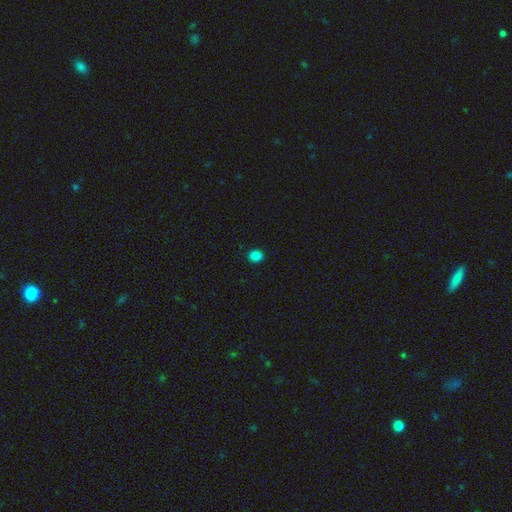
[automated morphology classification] smooth-or-featured: smooth: 85% | star or artifact: 12% | featured or disk: 3%
  how-rounded: round: 73% | in between: 26% | cigar-shaped: 1%
  merging: none: 92% | minor disturbance: 5% | major disturbance: 2% | merger: 1%